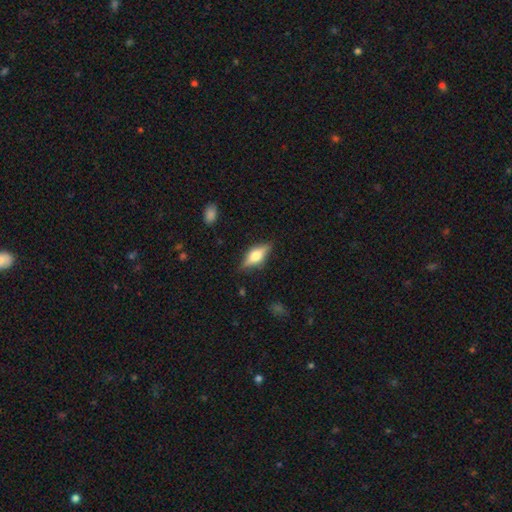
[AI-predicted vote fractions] Overall: featured or disk (49%; smooth 43%). Merging: none (83%).